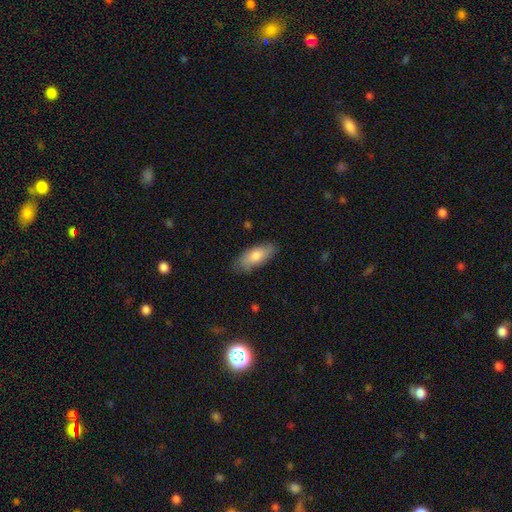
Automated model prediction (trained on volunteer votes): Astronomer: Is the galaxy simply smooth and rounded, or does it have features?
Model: smooth — 75%.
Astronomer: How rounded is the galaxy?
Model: in between — 75%.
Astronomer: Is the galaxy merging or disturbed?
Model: none — 82%.